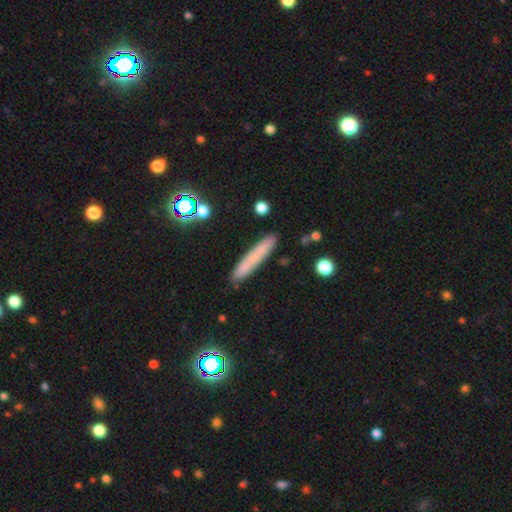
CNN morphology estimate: Smooth or featured?
  - smooth: 67% *
  - featured or disk: 22%
  - star or artifact: 11%
How rounded?
  - cigar-shaped: 92% *
  - in between: 6%
  - round: 2%
Merging?
  - none: 83% *
  - minor disturbance: 11%
  - merger: 3%
  - major disturbance: 2%